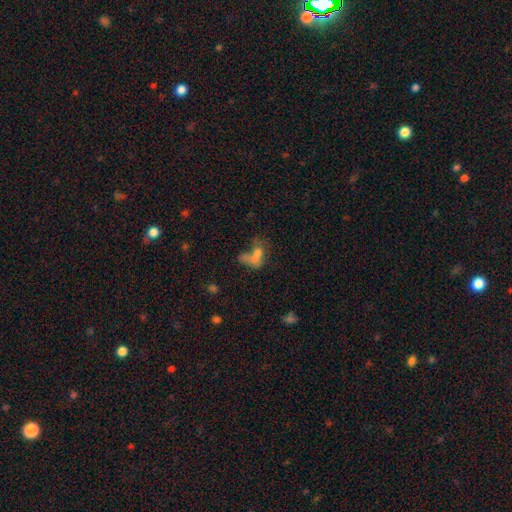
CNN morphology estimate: A smooth galaxy with no disk features (60%) that is in between round and cigar-shaped (73%).

Vote fractions:
- Smooth or featured? smooth: 60% / featured or disk: 26% / star or artifact: 15%
- How rounded? in between: 73% / round: 23% / cigar-shaped: 4%
- Merging? merger: 57% / none: 17% / major disturbance: 16% / minor disturbance: 9%